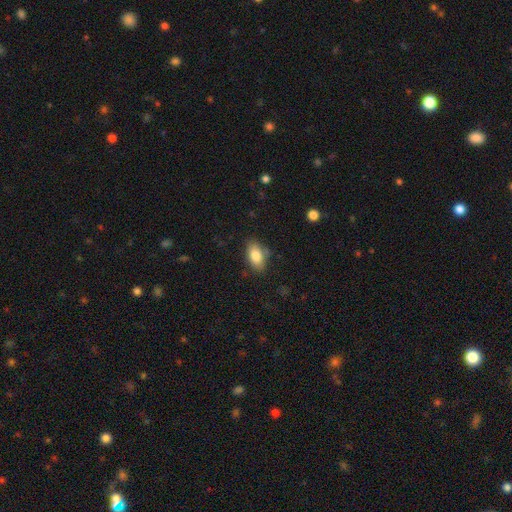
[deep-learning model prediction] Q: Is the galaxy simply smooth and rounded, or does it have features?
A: smooth — 83%.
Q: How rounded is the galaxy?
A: in between — 91%.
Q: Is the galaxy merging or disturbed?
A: none — 79%.